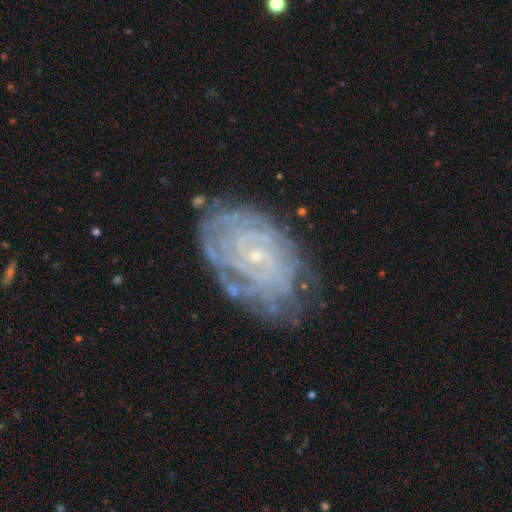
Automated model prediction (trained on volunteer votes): smooth_or_featured: featured or disk (p=0.85) [alt: smooth p=0.08]
disk_edge_on: no (p=0.96) [alt: yes p=0.04]
bar: no (p=0.67) [alt: weak p=0.26]
has_spiral_arms: yes (p=0.95) [alt: no p=0.05]
spiral_winding: tight (p=0.81) [alt: medium p=0.16]
spiral_arm_count: can't tell (p=0.37) [alt: 4 p=0.17]
bulge_size: small (p=0.86) [alt: moderate p=0.09]
merging: none (p=0.72) [alt: minor disturbance p=0.19]